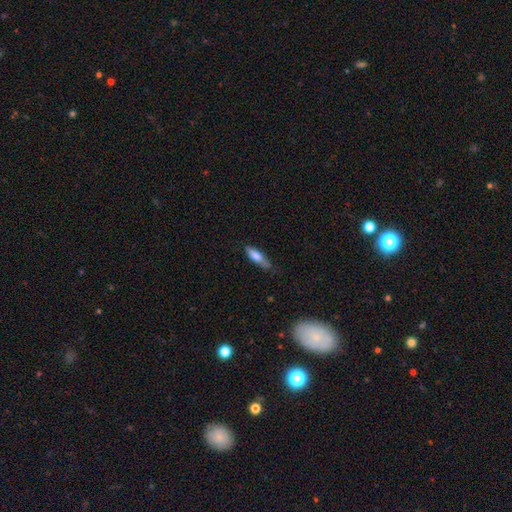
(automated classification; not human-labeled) Overall: smooth (75%). How rounded: cigar-shaped (54%; in between 44%). Merging: none (62%; minor disturbance 30%).